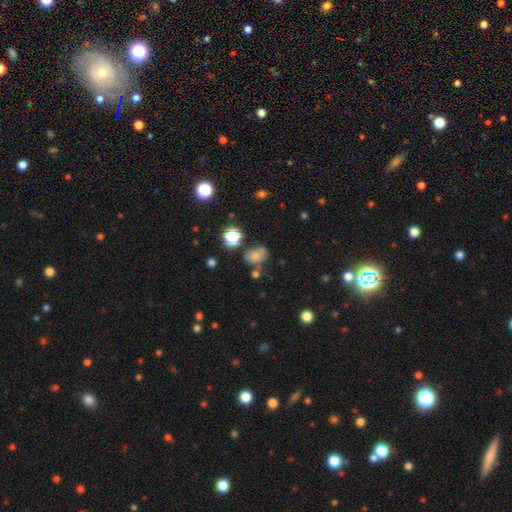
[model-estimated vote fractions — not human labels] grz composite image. It shows a smooth galaxy with no disk features (66%) that is in between round and cigar-shaped (67%). Merging: none (48%).